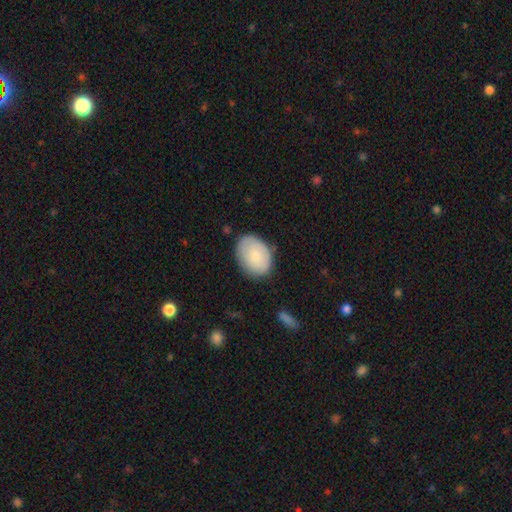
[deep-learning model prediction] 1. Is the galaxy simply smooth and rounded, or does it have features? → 74% smooth, 19% featured or disk, 6% star or artifact.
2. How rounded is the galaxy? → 75% in between, 24% round, 1% cigar-shaped.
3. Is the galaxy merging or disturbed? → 77% none, 18% minor disturbance, 4% major disturbance, 2% merger.